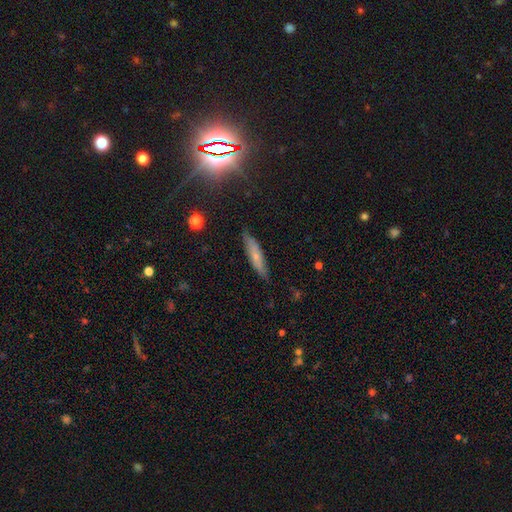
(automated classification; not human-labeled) Overall: smooth (53%; featured or disk 37%). How rounded: cigar-shaped (80%). Merging: none (80%).